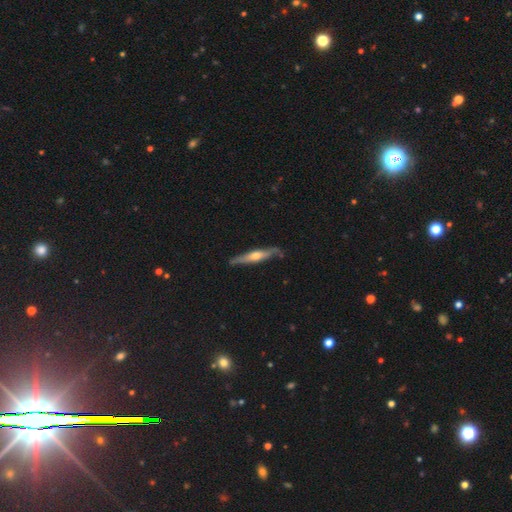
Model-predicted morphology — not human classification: A featured or disk galaxy (62%) viewed edge-on (91%) with a rounded central bulge (81%). Merging: none (77%).